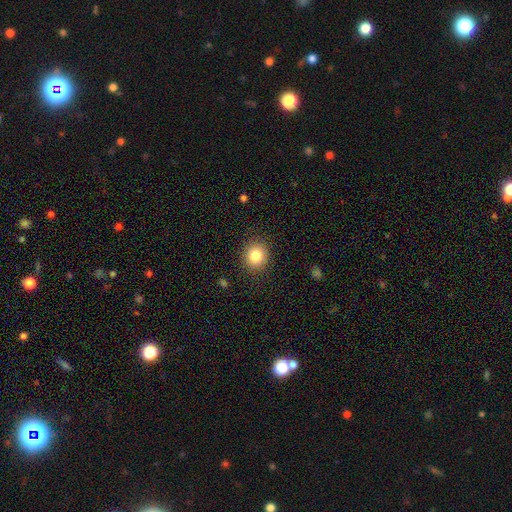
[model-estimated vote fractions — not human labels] This is clearly a smooth galaxy (83%). How rounded: clearly round (83%). Merging: clearly none (88%).